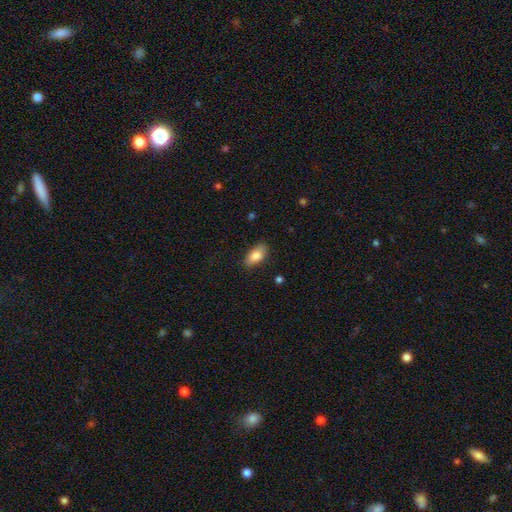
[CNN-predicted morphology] Overall: smooth (83%). How rounded: in between (90%). Merging: none (83%).